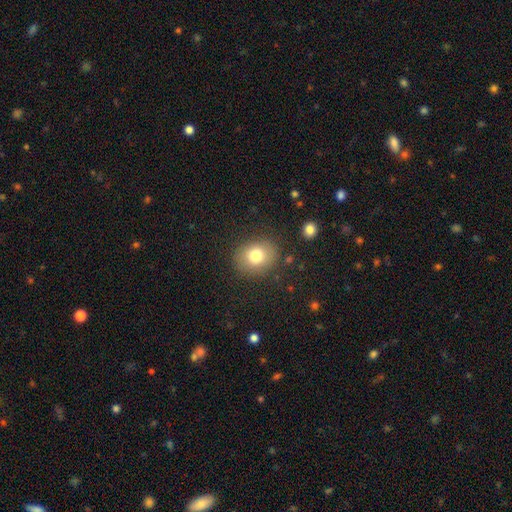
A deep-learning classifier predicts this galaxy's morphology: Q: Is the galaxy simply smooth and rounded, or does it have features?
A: smooth — 77%.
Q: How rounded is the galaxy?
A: round — 61%.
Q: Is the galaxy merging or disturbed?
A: none — 84%.